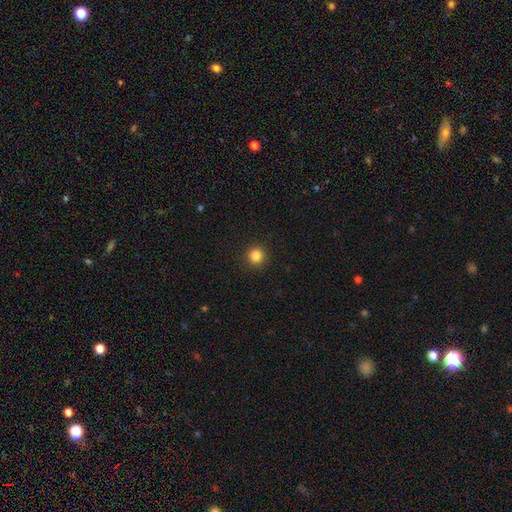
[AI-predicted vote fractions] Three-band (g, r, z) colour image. It shows a smooth galaxy with no disk features (84%) that is round (94%). Merging: none (92%).